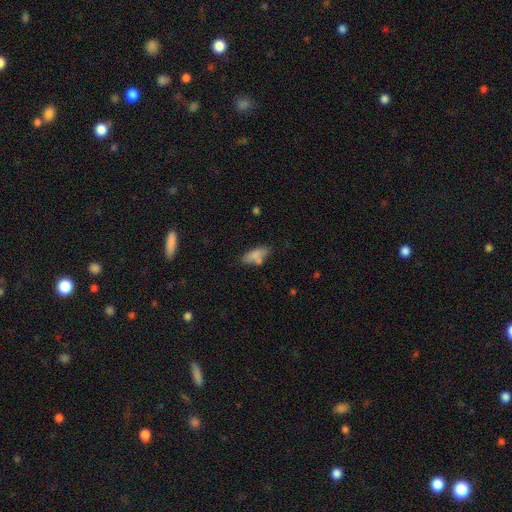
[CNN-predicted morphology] type=smooth (78%); roundness=in between (77%); merging=none (60%).